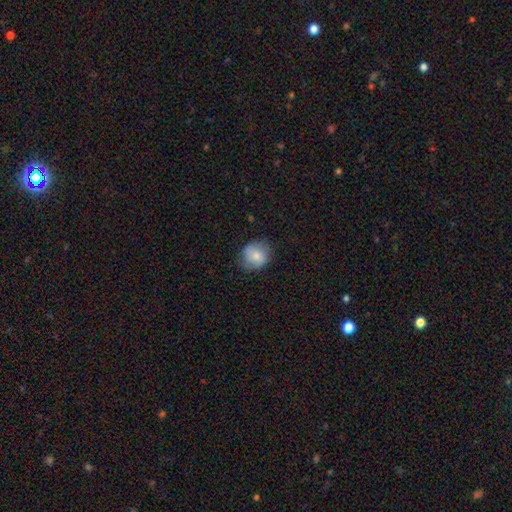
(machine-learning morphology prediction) Smooth or featured? Predicted: smooth (p=0.76). How rounded? Predicted: round (p=0.75). Merging? Predicted: none (p=0.71).